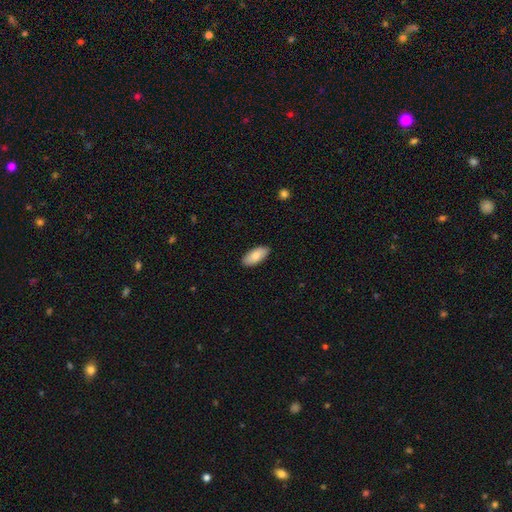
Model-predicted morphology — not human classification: This is clearly a smooth galaxy (82%). How rounded: clearly in between (91%). Merging: clearly none (90%).